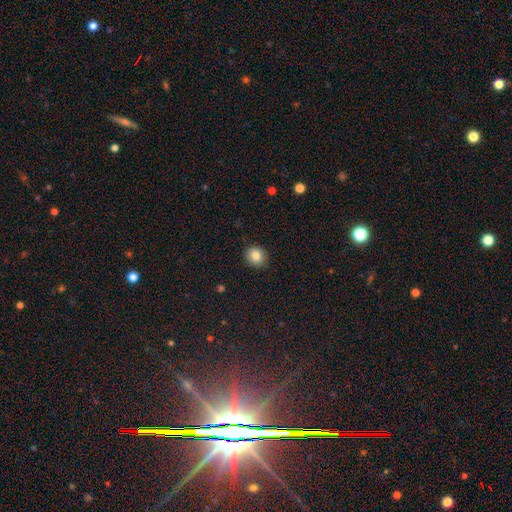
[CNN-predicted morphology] Q: Smooth or featured?
A: smooth (84%); runner-up: star or artifact (9%)
Q: How rounded?
A: round (77%); runner-up: in between (22%)
Q: Merging?
A: none (89%); runner-up: minor disturbance (8%)